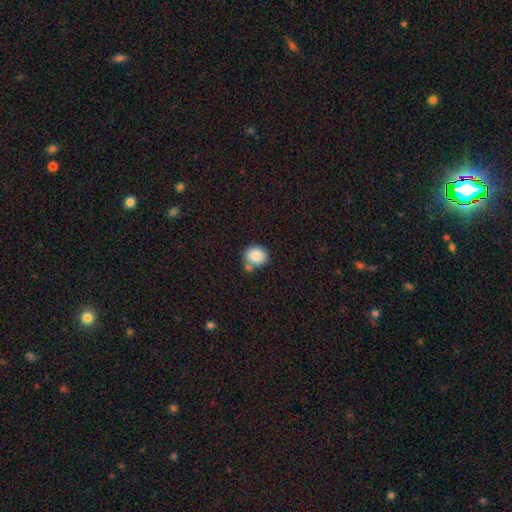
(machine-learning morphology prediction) Overall: smooth (86%). How rounded: round (71%). Merging: none (60%).